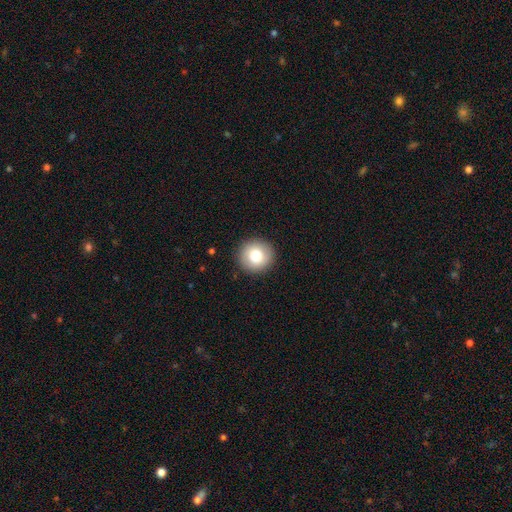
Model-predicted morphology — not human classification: Smooth or featured? Predicted: smooth (p=0.79). How rounded? Predicted: round (p=0.94). Merging? Predicted: none (p=0.92).